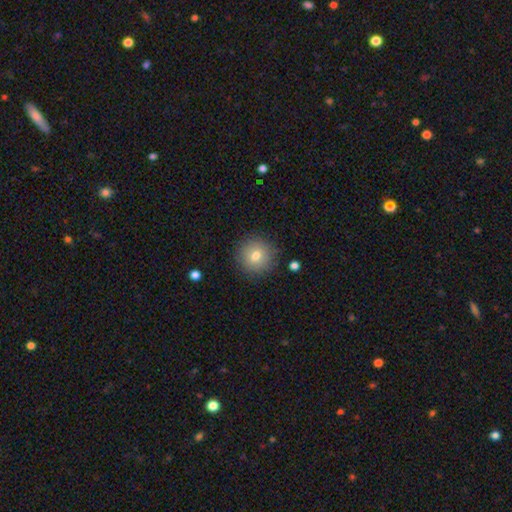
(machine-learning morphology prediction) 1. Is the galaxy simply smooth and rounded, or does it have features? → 75% smooth, 14% featured or disk, 11% star or artifact.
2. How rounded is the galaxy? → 93% round, 6% in between, 1% cigar-shaped.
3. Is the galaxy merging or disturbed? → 87% none, 8% minor disturbance, 3% major disturbance, 1% merger.